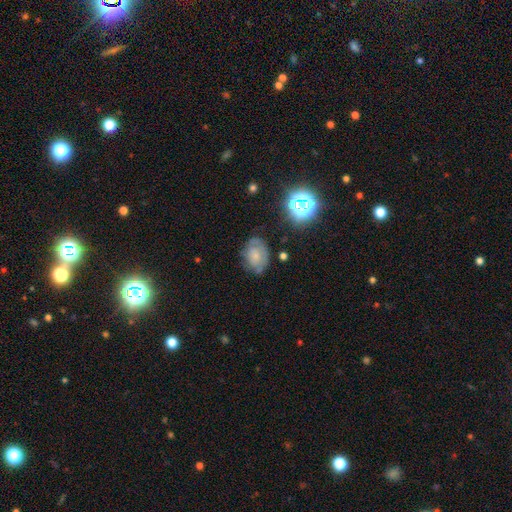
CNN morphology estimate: Smooth or featured? Predicted: smooth (p=0.52). How rounded? Predicted: in between (p=0.76). Merging? Predicted: none (p=0.59).